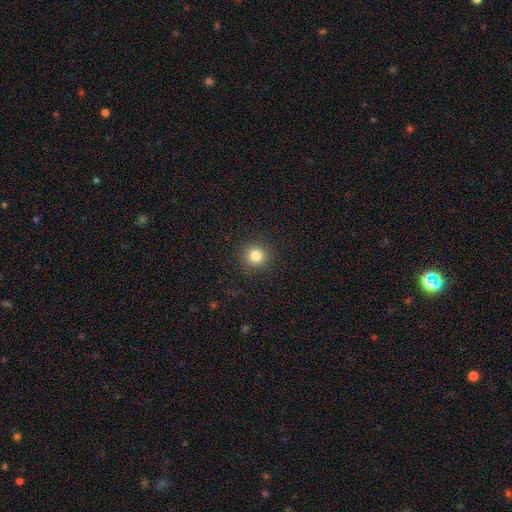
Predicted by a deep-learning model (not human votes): This appears to be a smooth galaxy with no disk features (83%) that is round (94%). Merging: none (91%).